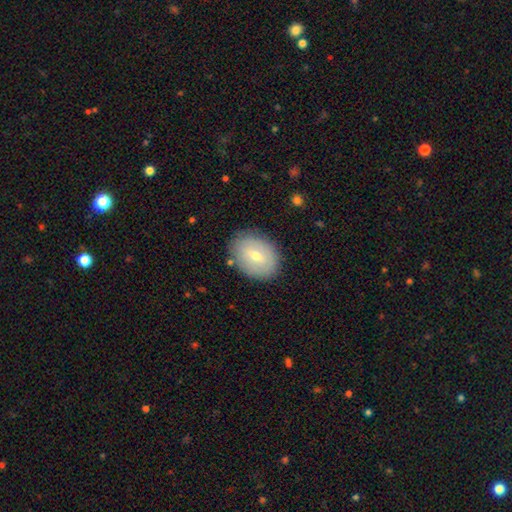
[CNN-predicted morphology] smooth-or-featured: smooth: 59% | featured or disk: 33% | star or artifact: 8%
  how-rounded: in between: 70% | round: 29% | cigar-shaped: 1%
  merging: none: 85% | minor disturbance: 11% | major disturbance: 3% | merger: 1%